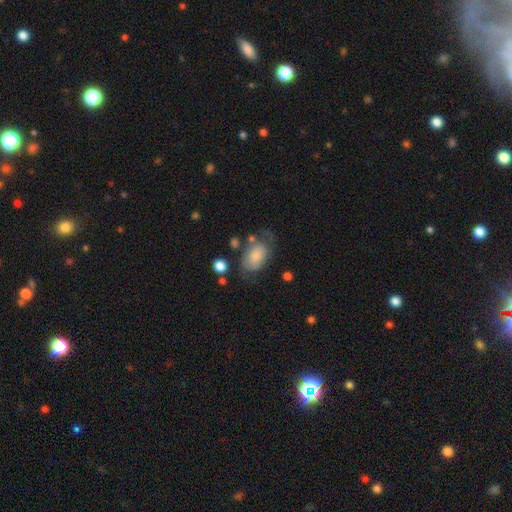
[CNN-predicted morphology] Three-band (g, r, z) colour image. It shows a smooth galaxy with no disk features (74%) that is in between round and cigar-shaped (89%). Merging: none (47%).